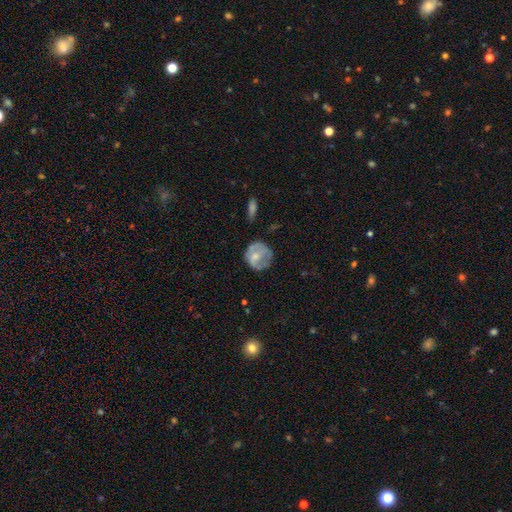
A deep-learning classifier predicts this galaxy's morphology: Smooth or featured? smooth (56%)
How rounded? round (83%)
Merging? none (57%)